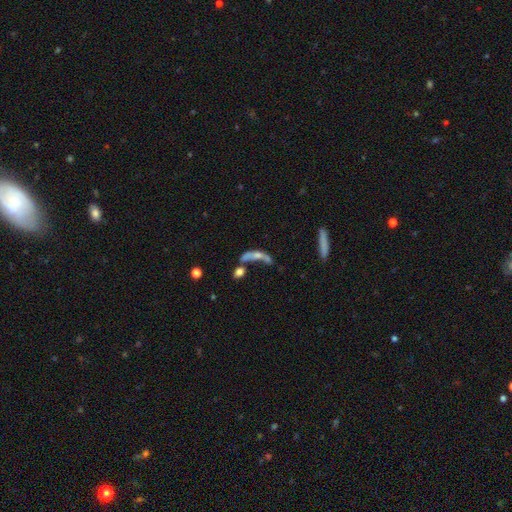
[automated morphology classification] Overall: smooth (44%; featured or disk 42%). Merging: merger (44%; major disturbance 26%).